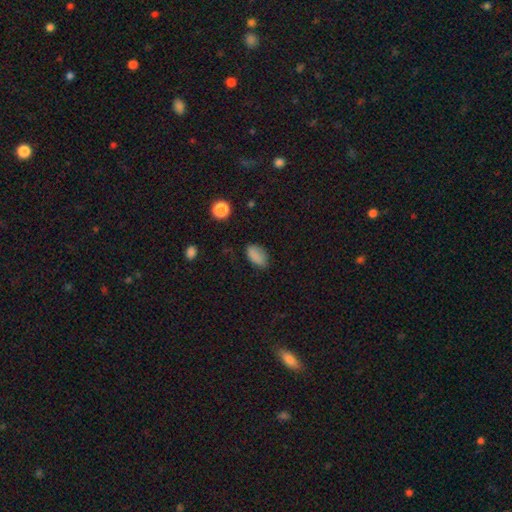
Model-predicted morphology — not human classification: smooth_or_featured: smooth (p=0.84) [alt: star or artifact p=0.11]
how_rounded: in between (p=0.91) [alt: round p=0.06]
merging: none (p=0.78) [alt: minor disturbance p=0.17]